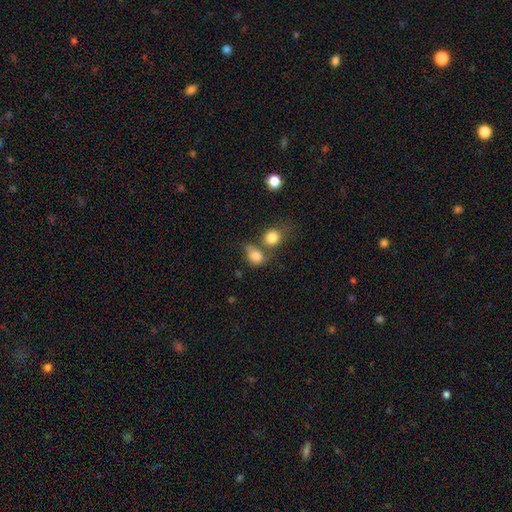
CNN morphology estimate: Q: Smooth or featured?
A: smooth (81%); runner-up: star or artifact (10%)
Q: How rounded?
A: round (52%); runner-up: in between (46%)
Q: Merging?
A: merger (42%); runner-up: none (35%)